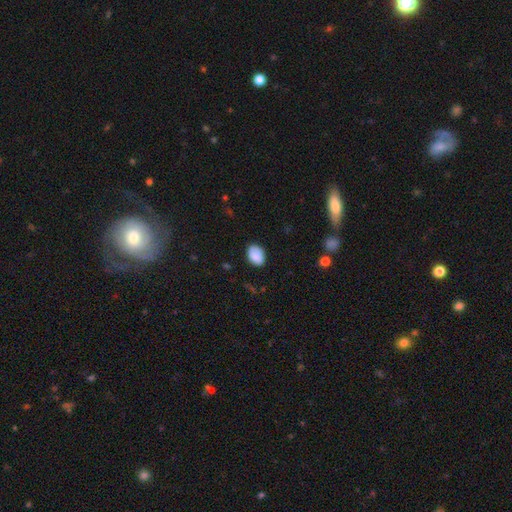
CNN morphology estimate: The model was most divided on "merging": none: 74%, minor disturbance: 20%, major disturbance: 4%, merger: 2%. More confident: smooth or featured — smooth (81%); how rounded — in between (80%).